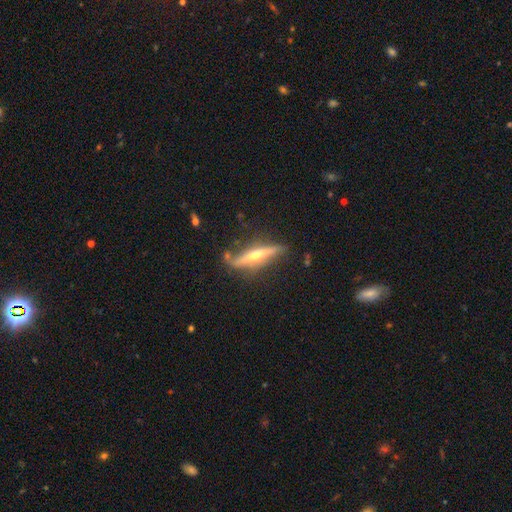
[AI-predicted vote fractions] A featured or disk galaxy (74%) viewed edge-on (92%) with a rounded central bulge (89%). Merging: none (73%).